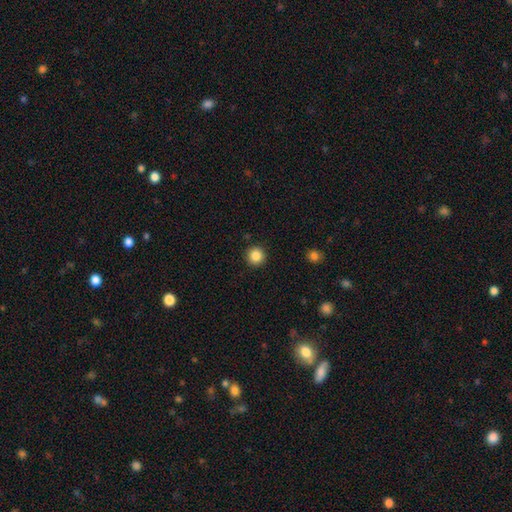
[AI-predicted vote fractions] smooth_or_featured: smooth (p=0.86) [alt: star or artifact p=0.10]
how_rounded: round (p=0.95) [alt: in between p=0.04]
merging: none (p=0.93) [alt: minor disturbance p=0.05]